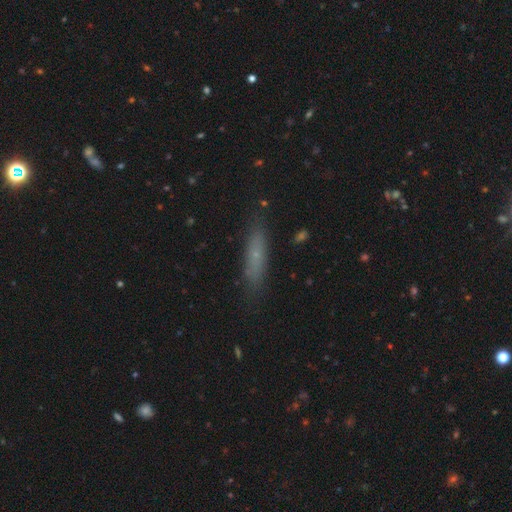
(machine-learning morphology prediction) This is likely a smooth galaxy (63%). How rounded: likely cigar-shaped (76%). Merging: clearly none (84%).